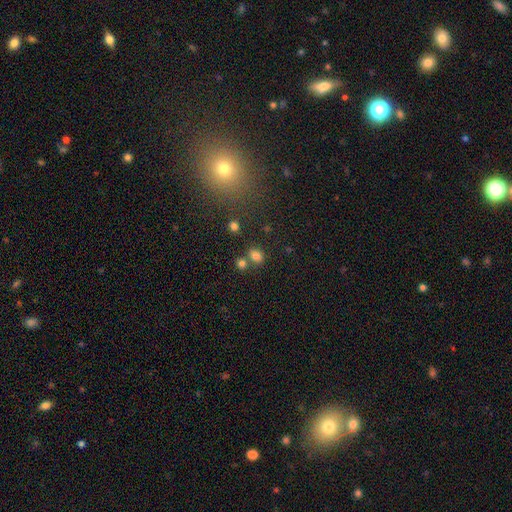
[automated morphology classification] Q: Smooth or featured?
A: smooth (79%); runner-up: star or artifact (14%)
Q: How rounded?
A: round (50%); runner-up: in between (49%)
Q: Merging?
A: none (62%); runner-up: merger (24%)